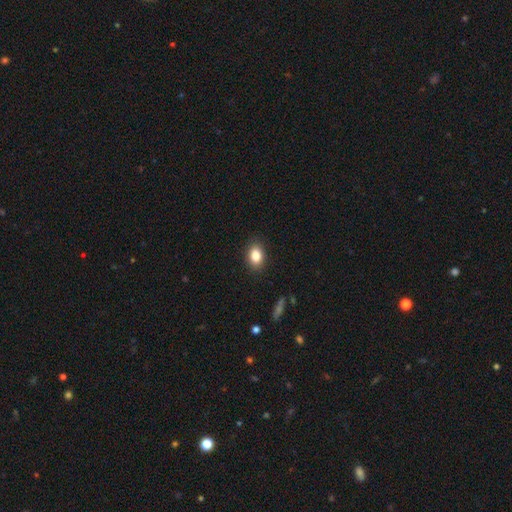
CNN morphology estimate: The model was most divided on "how rounded": in between: 76%, round: 22%, cigar-shaped: 2%. More confident: merging — none (88%); smooth or featured — smooth (85%).